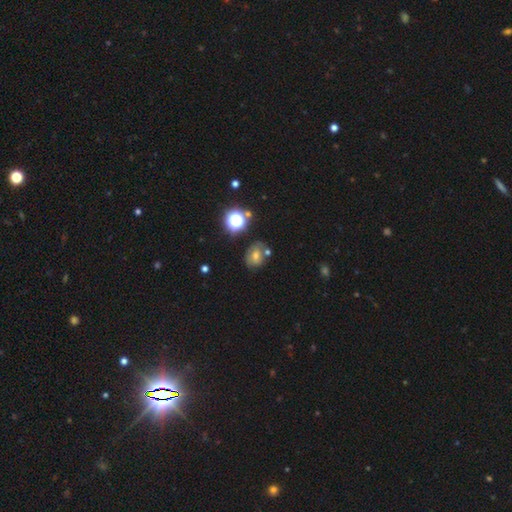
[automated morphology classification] smooth 42%, star or artifact 32%, featured or disk 26%. Down the decision tree: merging — none (64%).